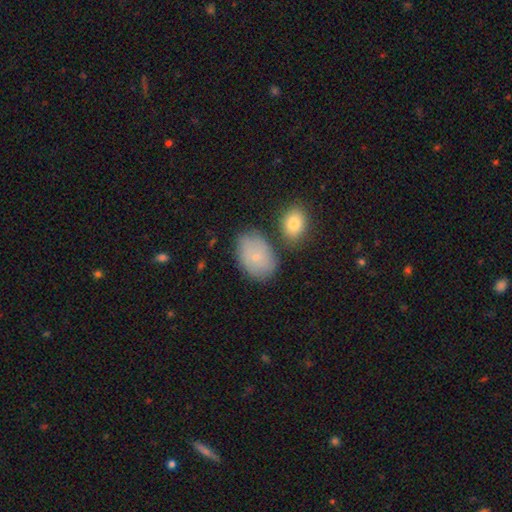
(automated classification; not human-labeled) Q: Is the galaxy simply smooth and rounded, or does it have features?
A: smooth — 73%.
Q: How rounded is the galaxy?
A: in between — 83%.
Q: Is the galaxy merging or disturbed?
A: none — 67%.